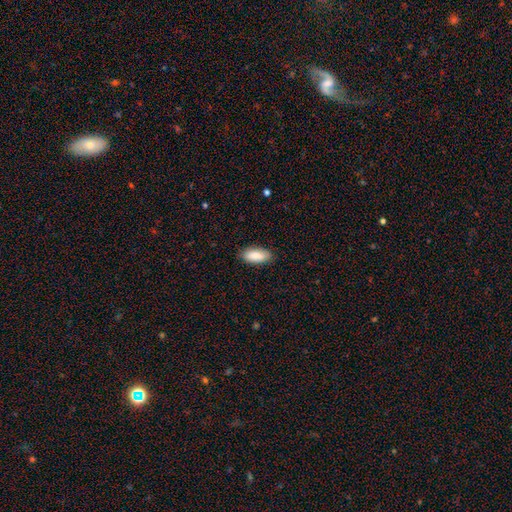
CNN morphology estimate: Smooth or featured?
  - smooth: 87% *
  - featured or disk: 7%
  - star or artifact: 6%
How rounded?
  - in between: 85% *
  - cigar-shaped: 13%
  - round: 2%
Merging?
  - none: 87% *
  - minor disturbance: 10%
  - major disturbance: 2%
  - merger: 1%